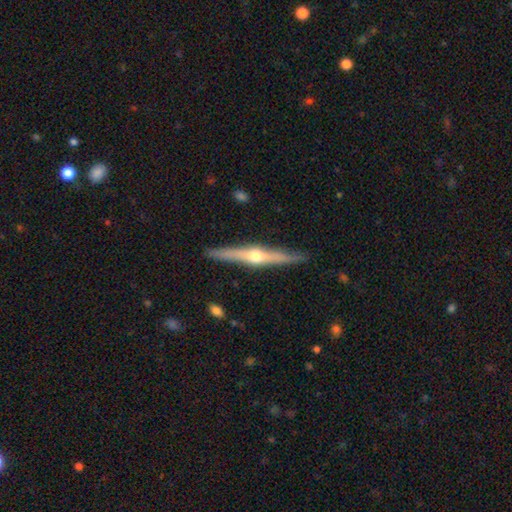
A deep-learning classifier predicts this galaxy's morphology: smooth-or-featured: featured or disk: 78% | smooth: 17% | star or artifact: 5%
  disk-edge-on: yes: 98% | no: 2%
    edge-on-bulge: rounded: 95% | none: 3% | boxy: 2%
  merging: none: 90% | minor disturbance: 7% | major disturbance: 1% | merger: 1%